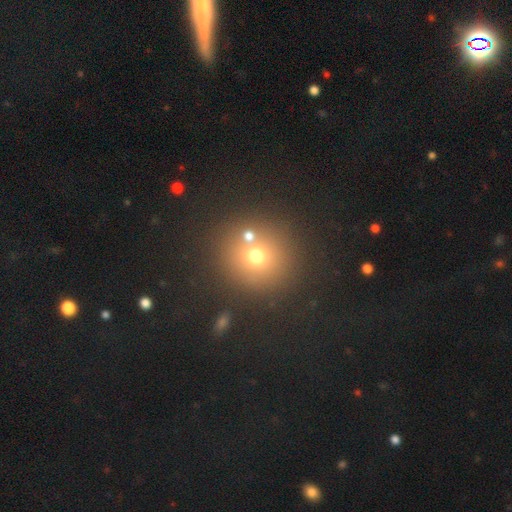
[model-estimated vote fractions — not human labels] Smooth or featured? Predicted: smooth (p=0.67). How rounded? Predicted: round (p=0.90). Merging? Predicted: none (p=0.71).